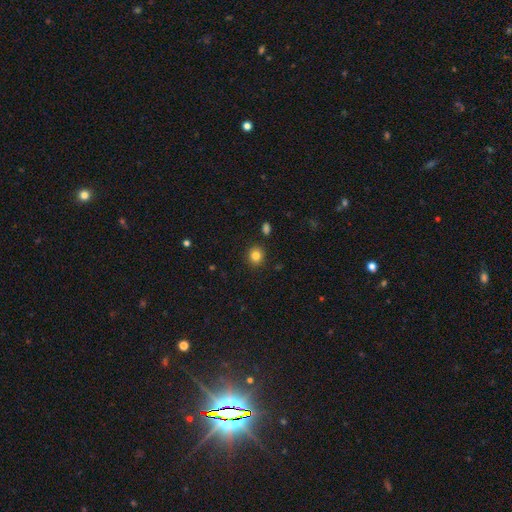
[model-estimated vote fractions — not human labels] A smooth galaxy with no disk features (83%) that is round (85%).

Vote fractions:
- Smooth or featured? smooth: 83% / star or artifact: 11% / featured or disk: 6%
- How rounded? round: 85% / in between: 14% / cigar-shaped: 1%
- Merging? none: 89% / minor disturbance: 7% / merger: 2% / major disturbance: 2%